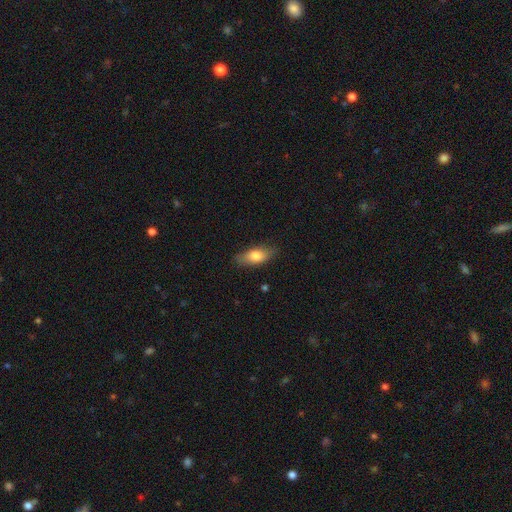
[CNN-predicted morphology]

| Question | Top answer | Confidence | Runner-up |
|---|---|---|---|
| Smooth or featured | smooth | 76% | featured or disk (18%) |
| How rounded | in between | 80% | cigar-shaped (17%) |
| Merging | none | 83% | minor disturbance (14%) |